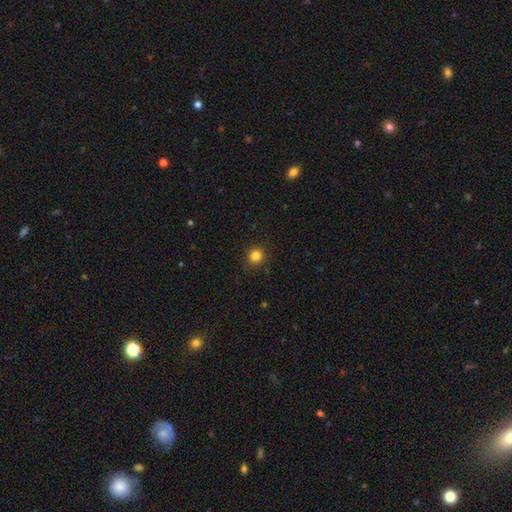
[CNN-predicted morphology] A smooth galaxy with no disk features (84%) that is round (92%).

Vote fractions:
- Smooth or featured? smooth: 84% / star or artifact: 12% / featured or disk: 4%
- How rounded? round: 92% / in between: 7% / cigar-shaped: 1%
- Merging? none: 91% / minor disturbance: 6% / major disturbance: 2% / merger: 1%